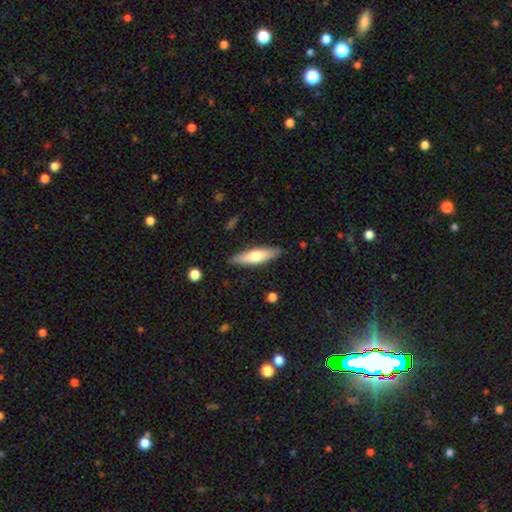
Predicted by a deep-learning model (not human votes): Overall: smooth (60%; featured or disk 34%). How rounded: cigar-shaped (67%; in between 31%). Merging: none (87%).